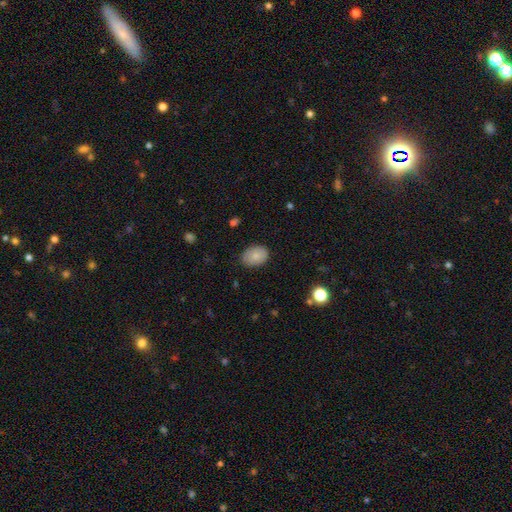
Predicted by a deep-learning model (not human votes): Smooth or featured? Predicted: smooth (p=0.83). How rounded? Predicted: in between (p=0.69). Merging? Predicted: none (p=0.84).